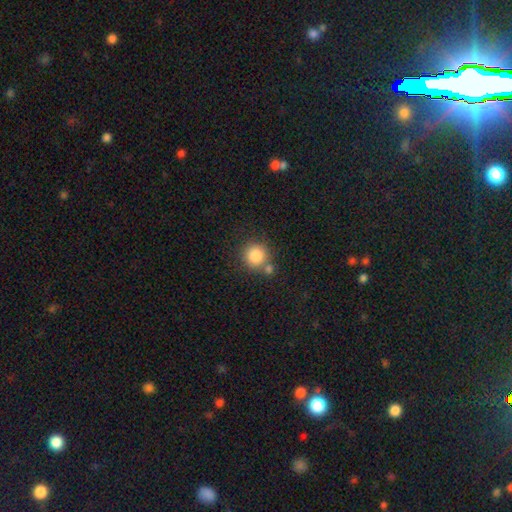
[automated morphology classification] smooth_or_featured: smooth (p=0.84) [alt: star or artifact p=0.10]
how_rounded: round (p=0.92) [alt: in between p=0.07]
merging: none (p=0.68) [alt: merger p=0.19]